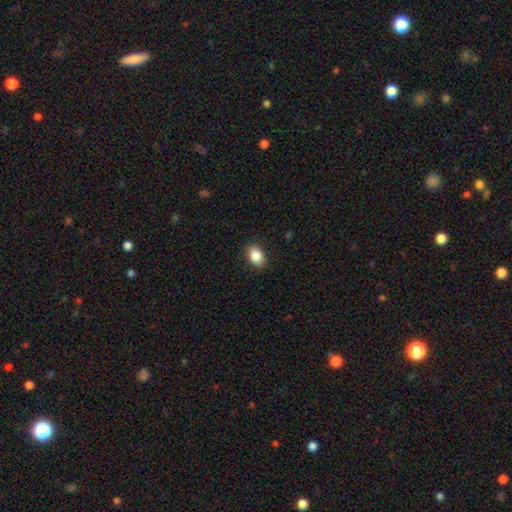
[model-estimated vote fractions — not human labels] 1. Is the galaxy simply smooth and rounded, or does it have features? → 86% smooth, 8% star or artifact, 6% featured or disk.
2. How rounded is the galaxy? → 78% in between, 21% round, 1% cigar-shaped.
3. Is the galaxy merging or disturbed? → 88% none, 9% minor disturbance, 2% major disturbance, 1% merger.